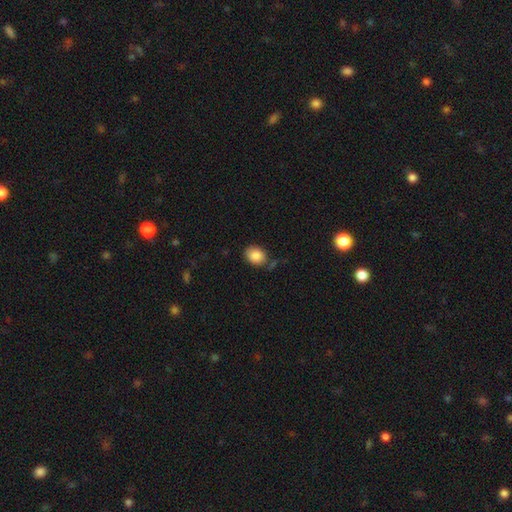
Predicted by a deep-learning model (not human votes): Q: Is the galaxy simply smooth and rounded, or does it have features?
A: smooth — 87%.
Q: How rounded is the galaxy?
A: in between — 58%.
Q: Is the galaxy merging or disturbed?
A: none — 72%.